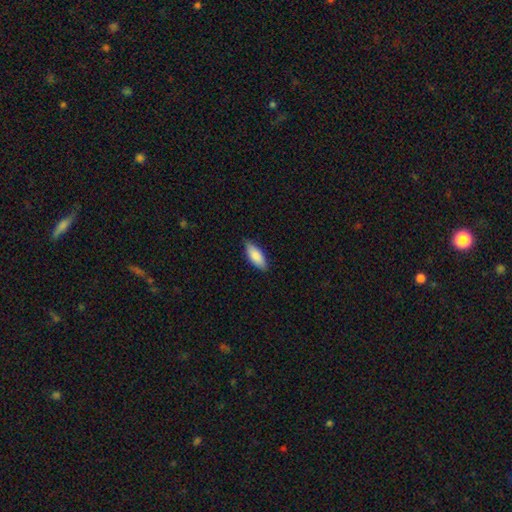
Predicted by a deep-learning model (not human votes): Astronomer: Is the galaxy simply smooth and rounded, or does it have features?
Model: smooth — 87%.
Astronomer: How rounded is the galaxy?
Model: in between — 74%.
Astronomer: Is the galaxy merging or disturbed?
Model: none — 85%.